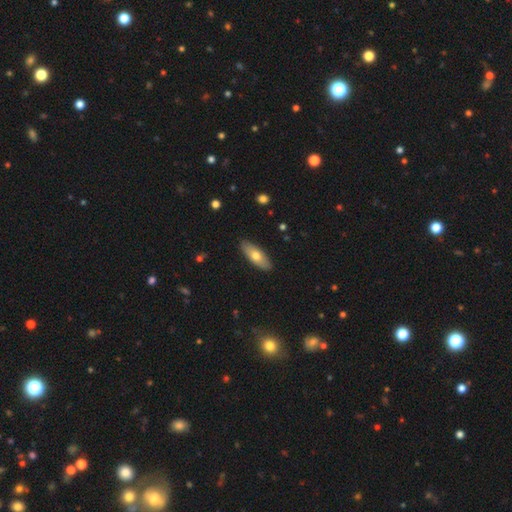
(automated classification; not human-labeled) Smooth or featured? Predicted: smooth (p=0.66). How rounded? Predicted: in between (p=0.69). Merging? Predicted: none (p=0.89).